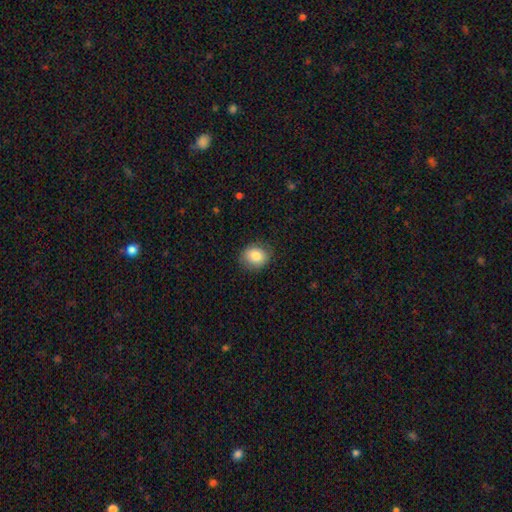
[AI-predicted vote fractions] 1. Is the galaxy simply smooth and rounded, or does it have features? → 83% smooth, 9% star or artifact, 8% featured or disk.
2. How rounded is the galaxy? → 65% round, 34% in between, 1% cigar-shaped.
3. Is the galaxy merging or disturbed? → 85% none, 11% minor disturbance, 3% major disturbance, 1% merger.